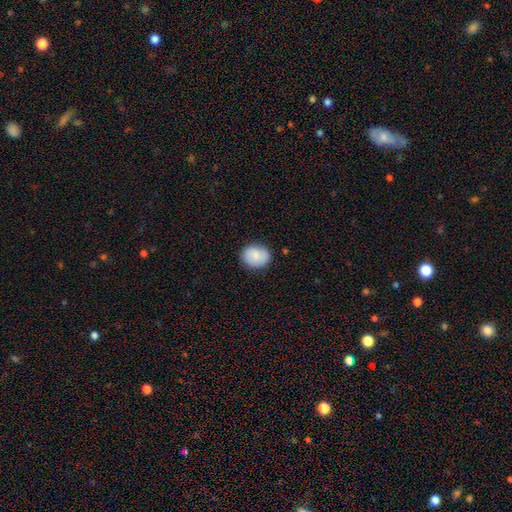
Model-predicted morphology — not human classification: This appears to be a smooth galaxy with no disk features (83%) that is round (56%). Merging: none (81%).